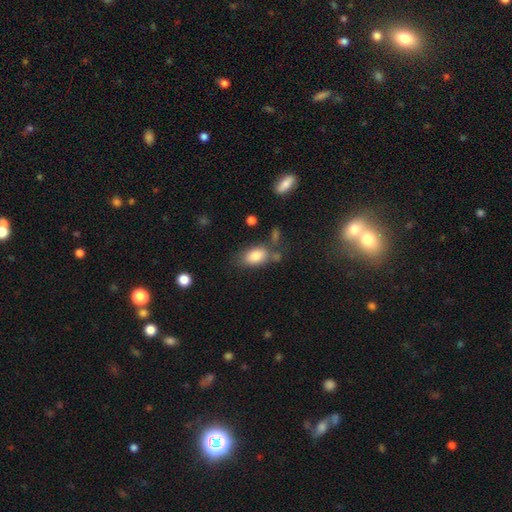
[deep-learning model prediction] smooth_or_featured: smooth (p=0.83) [alt: featured or disk p=0.09]
how_rounded: in between (p=0.91) [alt: round p=0.07]
merging: none (p=0.61) [alt: minor disturbance p=0.19]